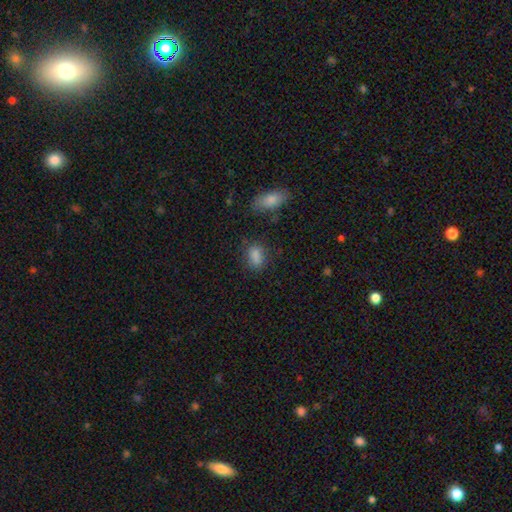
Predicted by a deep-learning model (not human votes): A smooth galaxy with no disk features (84%) that is in between round and cigar-shaped (82%).

Vote fractions:
- Smooth or featured? smooth: 84% / star or artifact: 10% / featured or disk: 6%
- How rounded? in between: 82% / round: 14% / cigar-shaped: 4%
- Merging? none: 72% / minor disturbance: 17% / major disturbance: 6% / merger: 4%